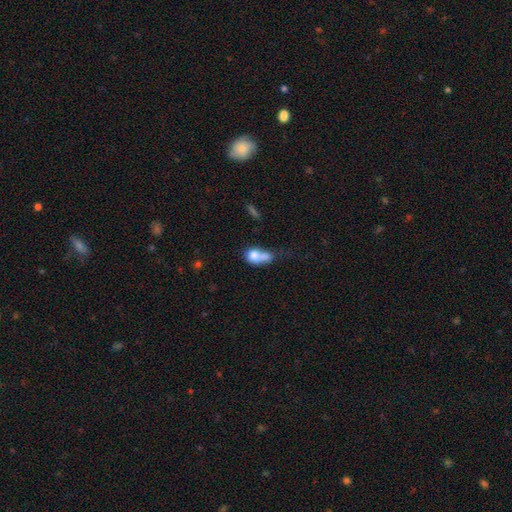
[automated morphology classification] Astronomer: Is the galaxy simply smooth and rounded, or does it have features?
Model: smooth — 71%.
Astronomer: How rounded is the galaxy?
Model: in between — 56% (runner-up: round, 40%).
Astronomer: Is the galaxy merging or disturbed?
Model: merger — 55%.